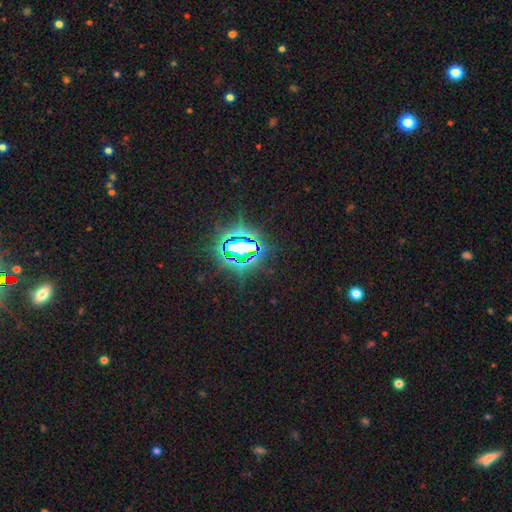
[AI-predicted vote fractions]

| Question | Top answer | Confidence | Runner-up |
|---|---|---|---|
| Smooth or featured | star or artifact | 83% | smooth (10%) |